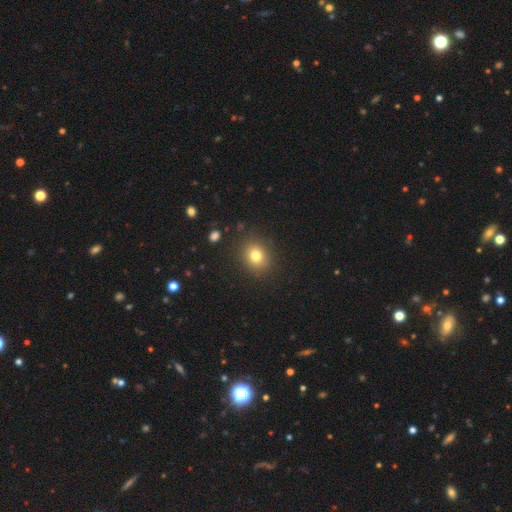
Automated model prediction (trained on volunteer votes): Smooth or featured? smooth (78%)
How rounded? round (71%)
Merging? none (86%)